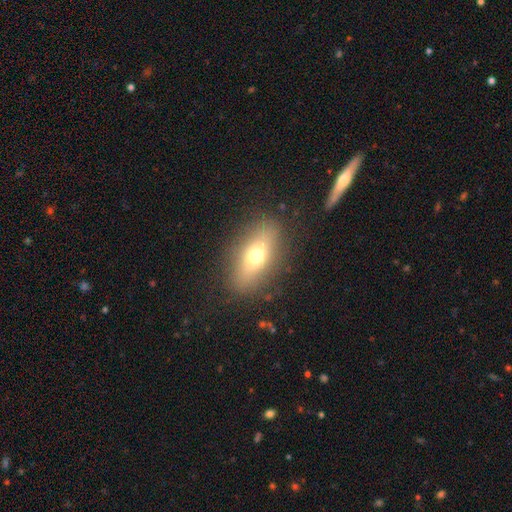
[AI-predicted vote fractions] Smooth or featured? smooth (63%)
How rounded? in between (72%)
Merging? none (84%)